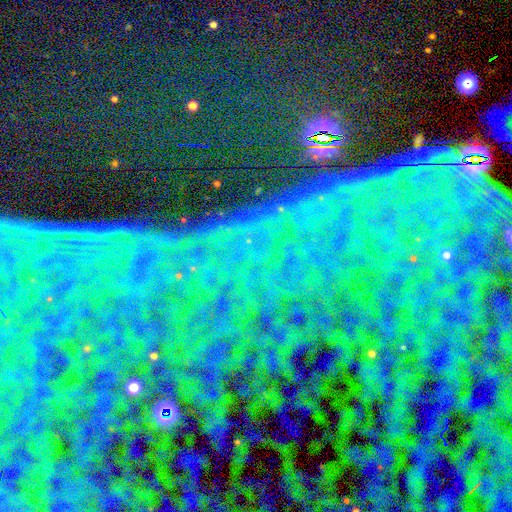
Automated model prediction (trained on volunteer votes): smooth_or_featured: star or artifact (p=0.86) [alt: featured or disk p=0.07]